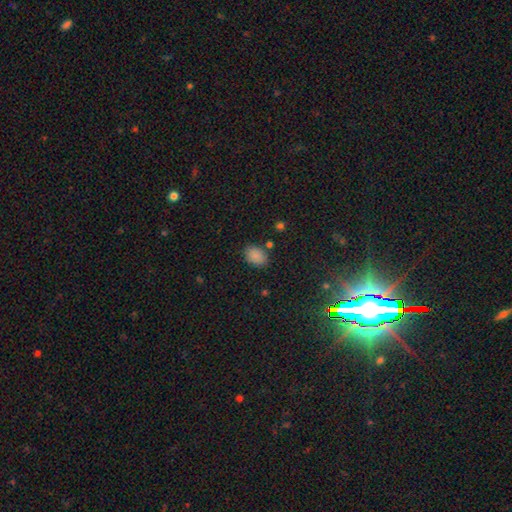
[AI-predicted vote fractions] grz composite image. It shows a smooth galaxy with no disk features (85%) that is in between round and cigar-shaped (74%). Merging: none (81%).